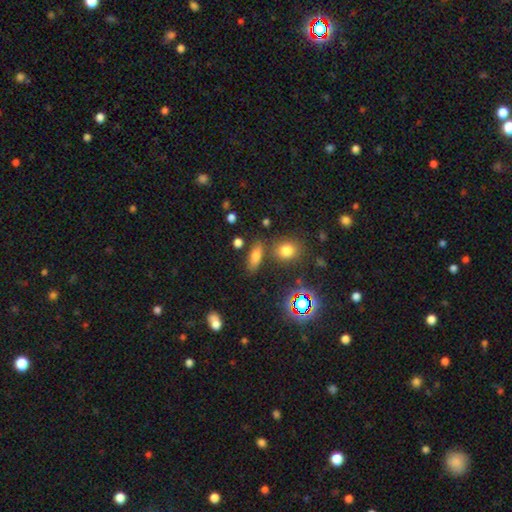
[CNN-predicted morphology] smooth_or_featured: smooth (p=0.71) [alt: star or artifact p=0.18]
how_rounded: in between (p=0.63) [alt: cigar-shaped p=0.28]
merging: none (p=0.76) [alt: minor disturbance p=0.12]